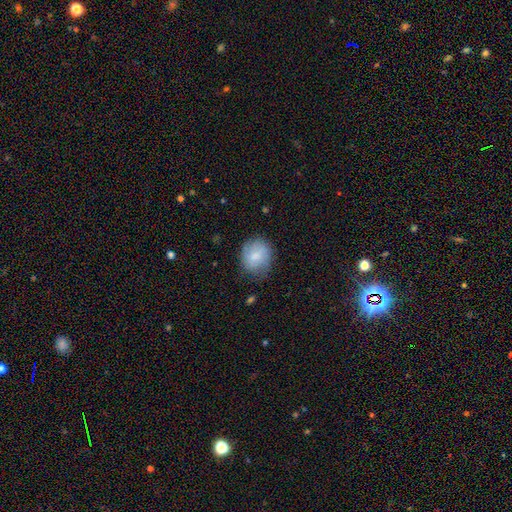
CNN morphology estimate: smooth 75%, featured or disk 18%, star or artifact 7%. Down the decision tree: how rounded — round (71%); merging — none (70%).